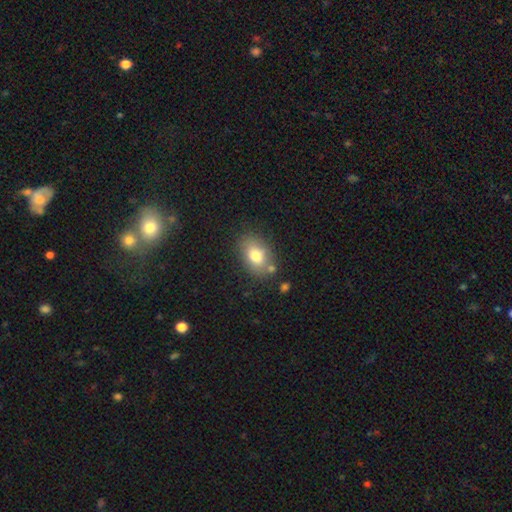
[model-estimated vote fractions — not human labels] Morphology: type=smooth (76%); roundness=in between (81%); merging=none (74%).